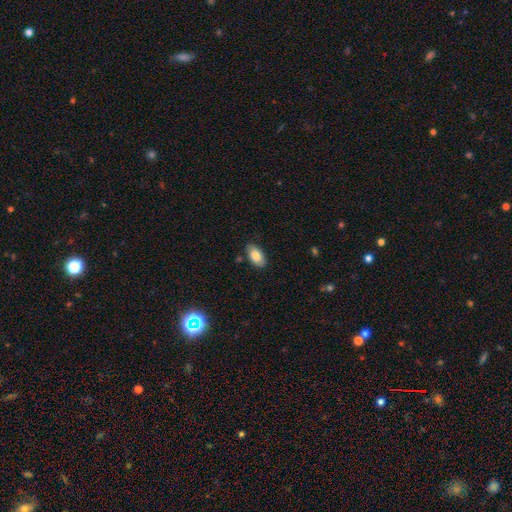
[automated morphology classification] Smooth or featured: smooth — 83% (featured or disk — 10%)
How rounded: in between — 94% (round — 4%)
Merging: none — 80% (minor disturbance — 15%)